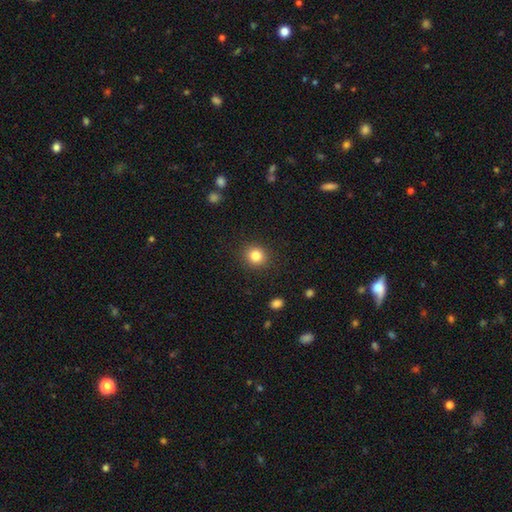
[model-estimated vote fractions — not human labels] The model was most divided on "smooth or featured": smooth: 83%, star or artifact: 11%, featured or disk: 6%. More confident: merging — none (90%); how rounded — round (87%).